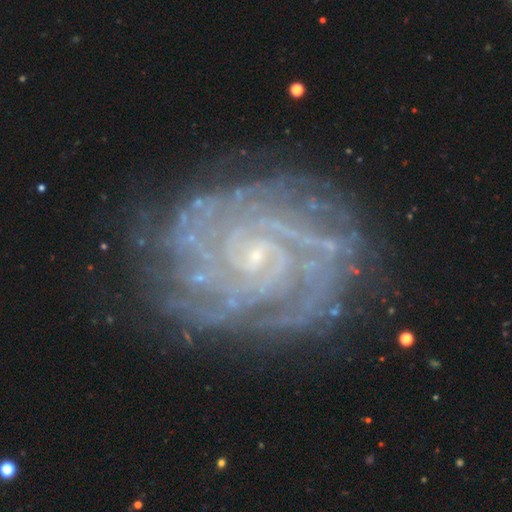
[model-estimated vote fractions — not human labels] Q: Smooth or featured?
A: featured or disk (89%); runner-up: star or artifact (7%)
Q: Edge-on disk?
A: no (98%); runner-up: yes (2%)
Q: Bar?
A: no (65%); runner-up: weak (27%)
Q: Spiral arms?
A: yes (98%); runner-up: no (2%)
Q: Spiral winding?
A: tight (78%); runner-up: medium (18%)
Q: Spiral arm count?
A: can't tell (25%); runner-up: 4 (19%)
Q: Bulge size?
A: small (82%); runner-up: moderate (12%)
Q: Merging?
A: none (78%); runner-up: minor disturbance (15%)